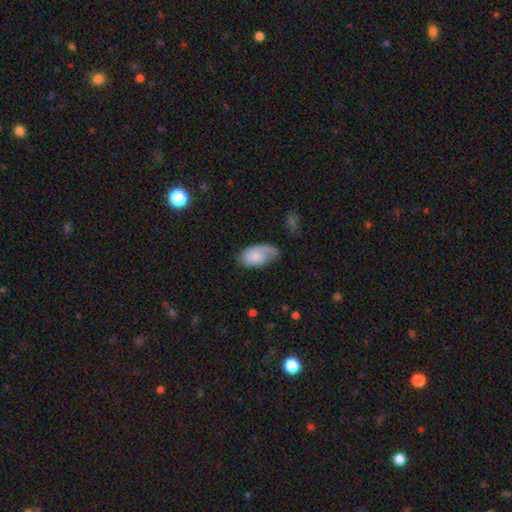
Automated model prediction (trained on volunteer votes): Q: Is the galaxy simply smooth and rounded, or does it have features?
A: smooth — 53%.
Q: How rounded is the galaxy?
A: in between — 93%.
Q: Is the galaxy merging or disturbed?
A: none — 57%.